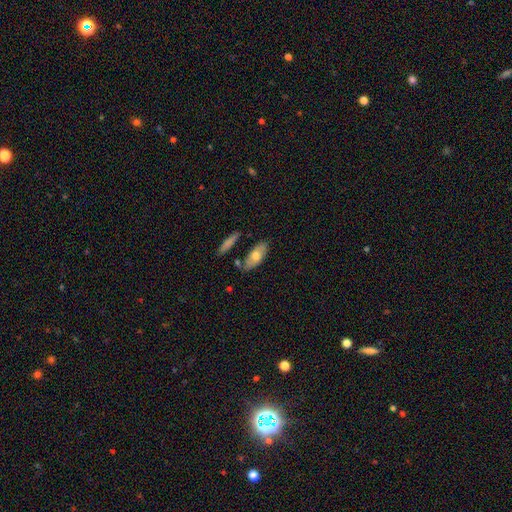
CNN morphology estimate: Overall: smooth (67%). How rounded: in between (82%). Merging: none (72%).